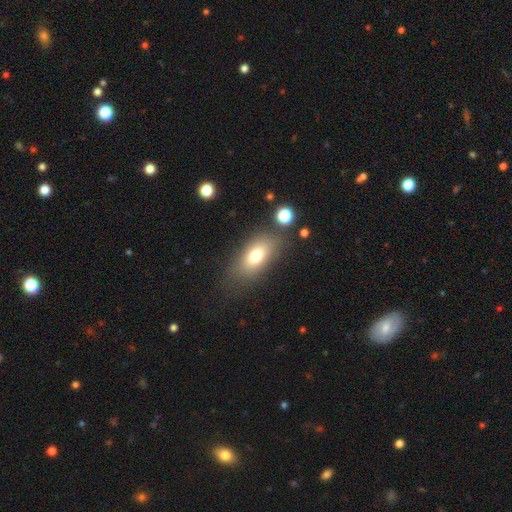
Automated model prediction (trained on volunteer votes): smooth 73%, featured or disk 16%, star or artifact 10%. Down the decision tree: how rounded — in between (85%); merging — none (75%).